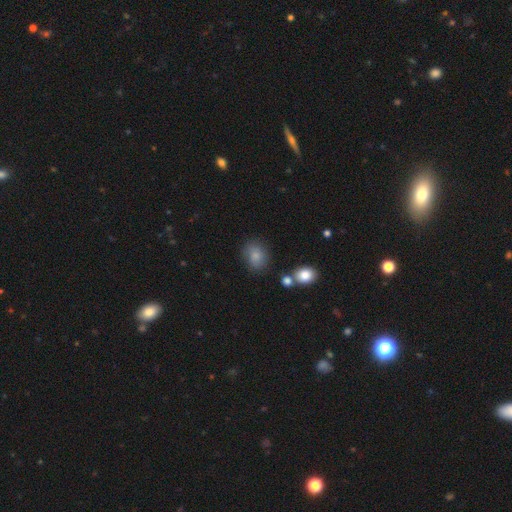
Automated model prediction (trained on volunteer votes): Smooth or featured?
  - smooth: 81% *
  - star or artifact: 10%
  - featured or disk: 9%
How rounded?
  - round: 56% *
  - in between: 43%
  - cigar-shaped: 1%
Merging?
  - none: 73% *
  - minor disturbance: 17%
  - merger: 6%
  - major disturbance: 5%